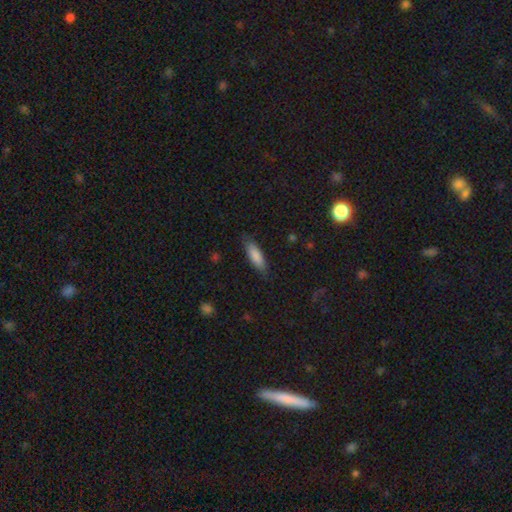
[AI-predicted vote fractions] Smooth or featured? Predicted: smooth (p=0.85). How rounded? Predicted: in between (p=0.52). Merging? Predicted: none (p=0.82).